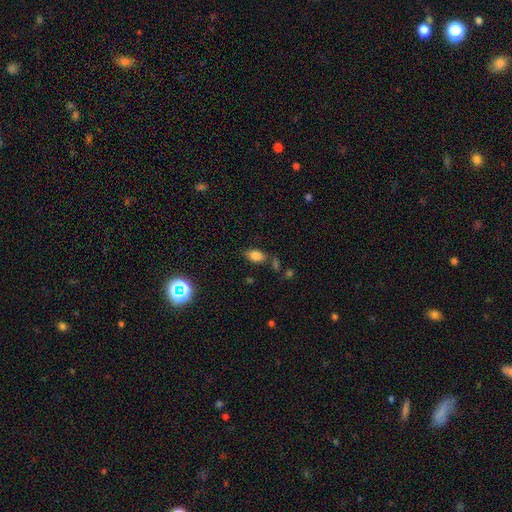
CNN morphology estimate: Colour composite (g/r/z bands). It shows a smooth galaxy with no disk features (81%) that is in between round and cigar-shaped (90%). Merging: none (71%).